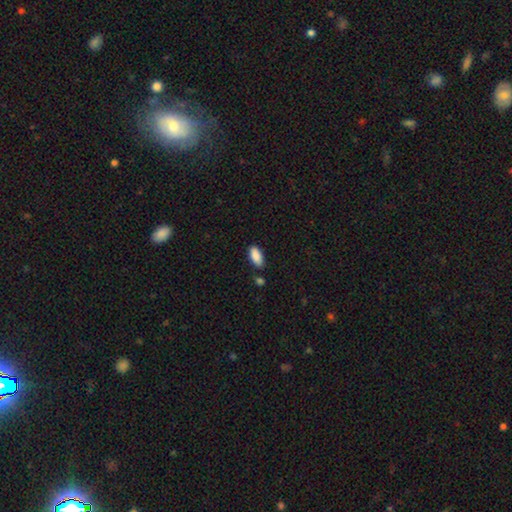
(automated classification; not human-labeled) Overall: smooth (89%). How rounded: in between (90%). Merging: none (76%).